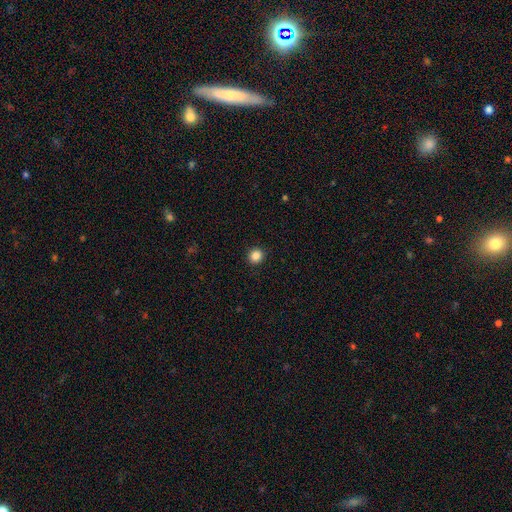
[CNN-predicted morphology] Smooth or featured: smooth — 86% (star or artifact — 11%)
How rounded: round — 92% (in between — 7%)
Merging: none — 92% (minor disturbance — 5%)